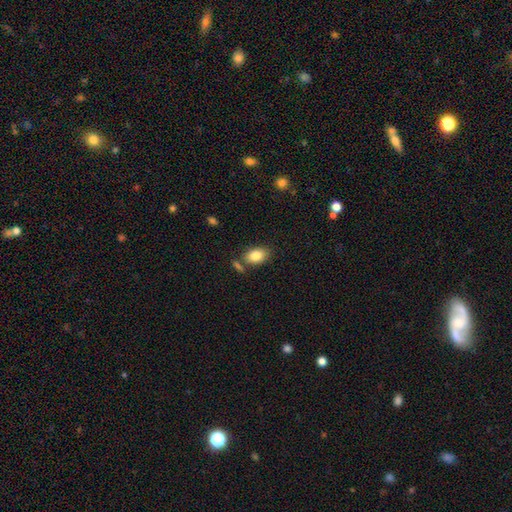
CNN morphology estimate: A smooth galaxy with no disk features (84%) that is in between round and cigar-shaped (87%).

Vote fractions:
- Smooth or featured? smooth: 84% / featured or disk: 8% / star or artifact: 8%
- How rounded? in between: 87% / round: 11% / cigar-shaped: 2%
- Merging? none: 70% / minor disturbance: 14% / merger: 12% / major disturbance: 4%